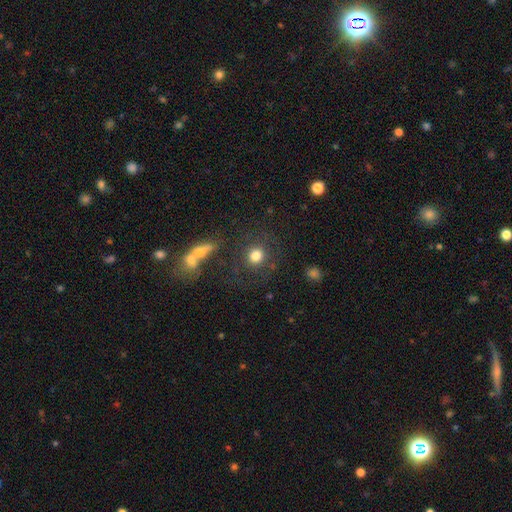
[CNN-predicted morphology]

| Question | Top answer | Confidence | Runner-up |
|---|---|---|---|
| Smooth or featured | smooth | 79% | star or artifact (12%) |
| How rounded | round | 86% | in between (13%) |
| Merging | none | 77% | minor disturbance (10%) |